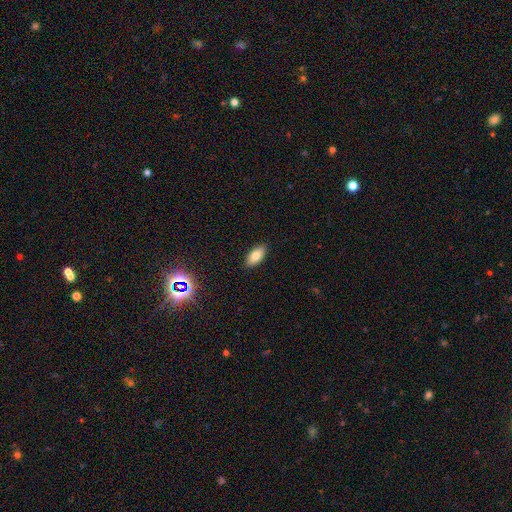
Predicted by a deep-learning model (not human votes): A smooth galaxy with no disk features (80%) that is in between round and cigar-shaped (90%). Merging: none (90%).